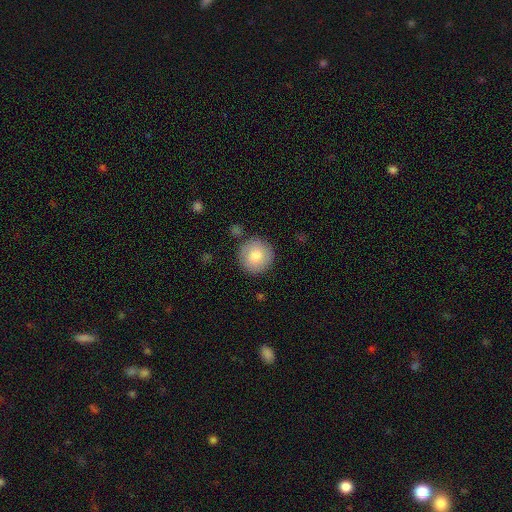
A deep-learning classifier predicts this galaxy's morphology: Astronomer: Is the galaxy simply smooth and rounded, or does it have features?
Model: smooth — 80%.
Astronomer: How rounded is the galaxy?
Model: round — 95%.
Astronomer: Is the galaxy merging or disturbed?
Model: none — 86%.